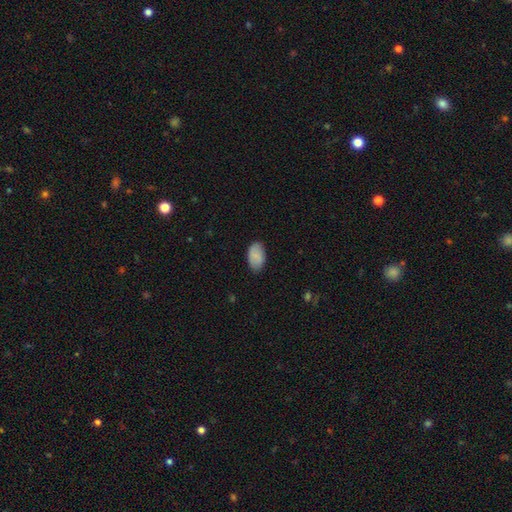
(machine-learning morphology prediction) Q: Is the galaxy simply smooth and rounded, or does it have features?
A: smooth — 85%.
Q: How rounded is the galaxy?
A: in between — 94%.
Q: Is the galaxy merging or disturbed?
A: none — 82%.